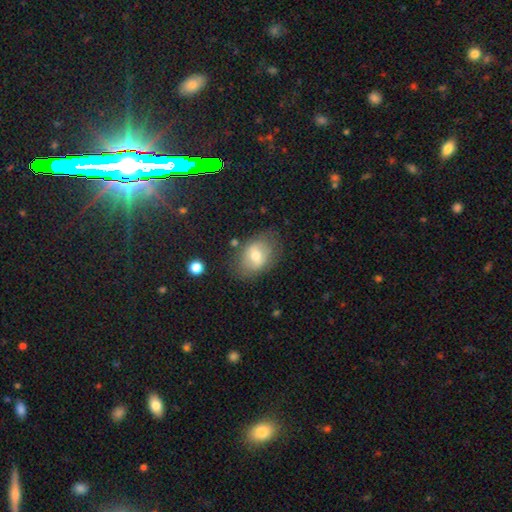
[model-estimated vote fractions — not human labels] Q: Smooth or featured?
A: smooth (57%); runner-up: featured or disk (34%)
Q: How rounded?
A: in between (75%); runner-up: round (24%)
Q: Merging?
A: none (72%); runner-up: minor disturbance (18%)